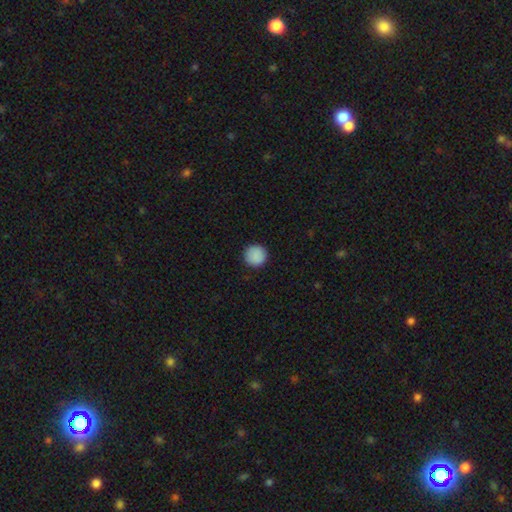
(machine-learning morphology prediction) Overall: smooth (89%). How rounded: round (95%). Merging: none (91%).